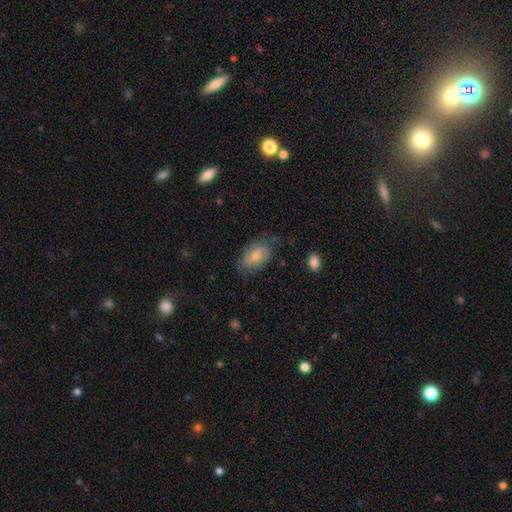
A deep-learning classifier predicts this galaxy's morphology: smooth 65%, featured or disk 28%, star or artifact 7%. Down the decision tree: how rounded — in between (89%); merging — none (61%).